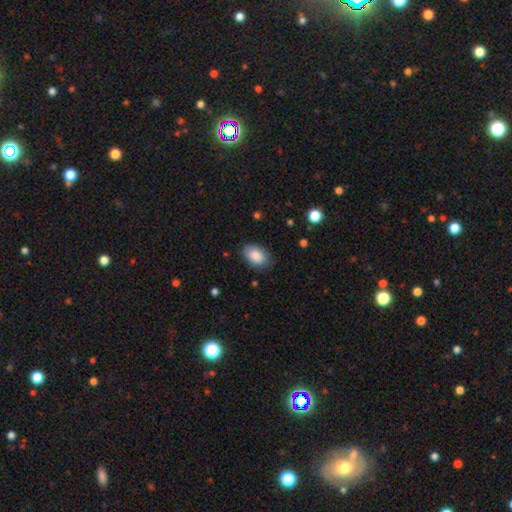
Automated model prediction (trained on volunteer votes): Smooth or featured: smooth — 88% (star or artifact — 6%)
How rounded: in between — 86% (round — 13%)
Merging: none — 82% (minor disturbance — 14%)